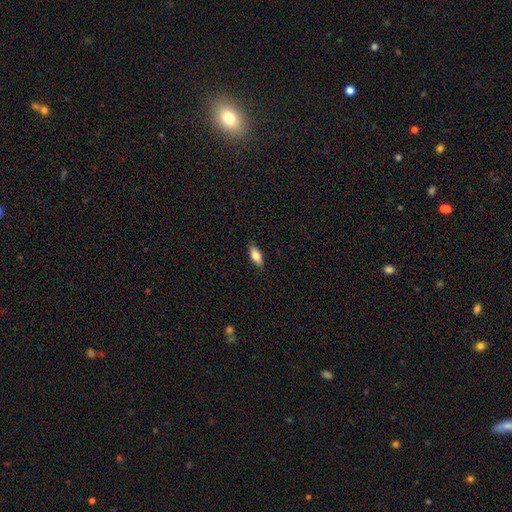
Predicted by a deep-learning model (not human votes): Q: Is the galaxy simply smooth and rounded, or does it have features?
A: smooth — 82%.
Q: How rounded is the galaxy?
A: in between — 84%.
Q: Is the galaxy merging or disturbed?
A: none — 85%.